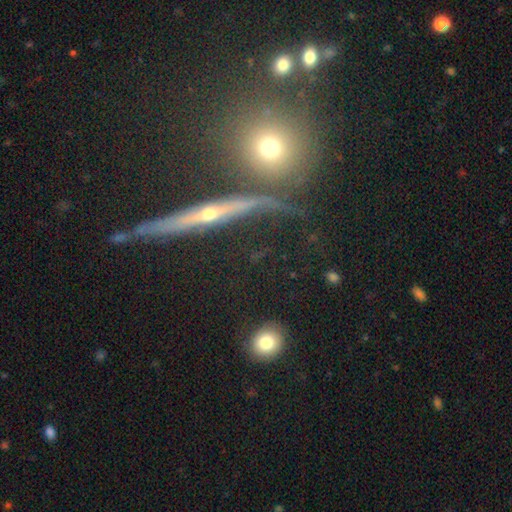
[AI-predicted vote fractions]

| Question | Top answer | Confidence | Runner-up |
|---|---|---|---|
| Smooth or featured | featured or disk | 53% | smooth (30%) |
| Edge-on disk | yes | 82% | no (18%) |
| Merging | none | 80% | minor disturbance (11%) |